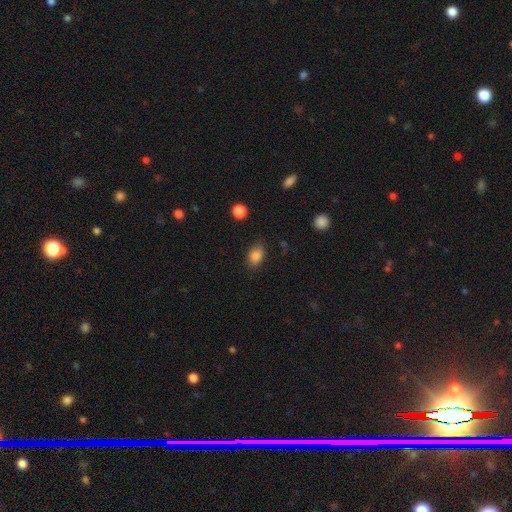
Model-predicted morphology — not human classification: Overall: smooth (85%). How rounded: in between (81%). Merging: none (80%).